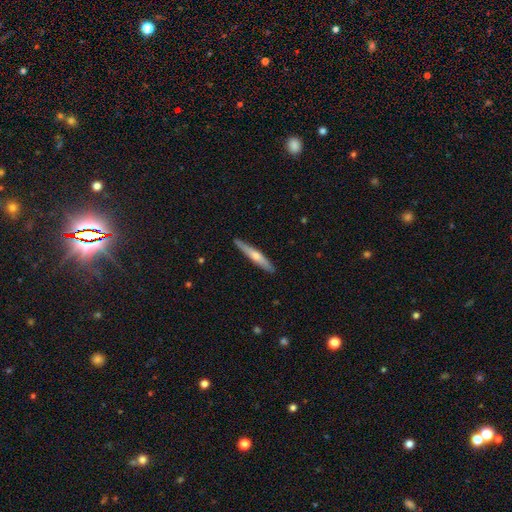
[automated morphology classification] Overall: smooth (50%; featured or disk 45%). How rounded: cigar-shaped (93%). Merging: none (88%).